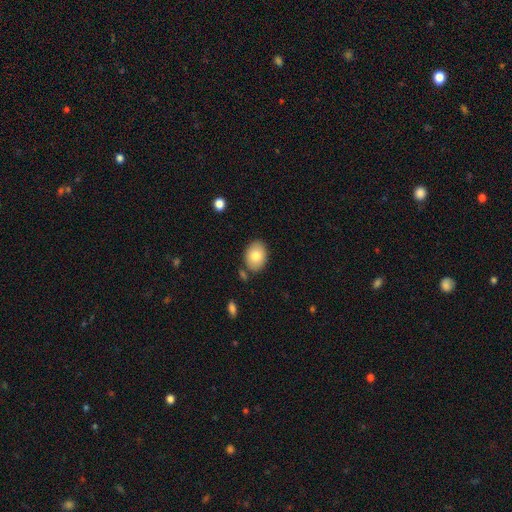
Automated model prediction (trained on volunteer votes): Q: Smooth or featured?
A: smooth (82%); runner-up: featured or disk (11%)
Q: How rounded?
A: in between (74%); runner-up: round (25%)
Q: Merging?
A: none (81%); runner-up: minor disturbance (12%)